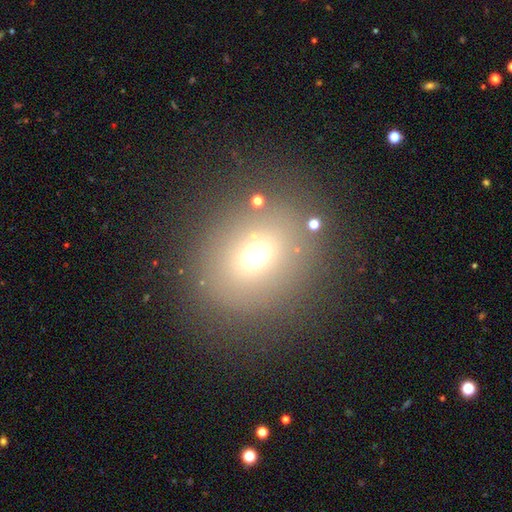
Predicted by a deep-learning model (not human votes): This is likely a smooth galaxy (65%). How rounded: likely round (66%). Merging: clearly none (81%).